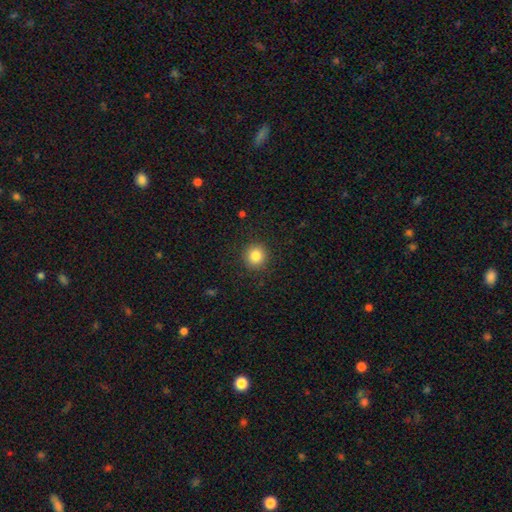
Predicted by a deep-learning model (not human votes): smooth_or_featured: smooth (p=0.84) [alt: star or artifact p=0.11]
how_rounded: round (p=0.90) [alt: in between p=0.09]
merging: none (p=0.90) [alt: minor disturbance p=0.06]